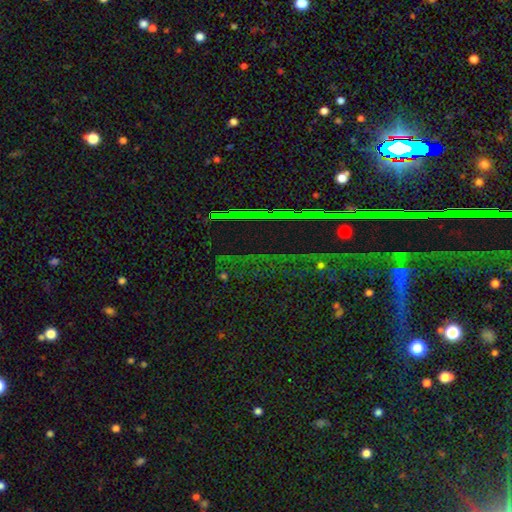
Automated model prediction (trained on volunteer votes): smooth-or-featured: star or artifact: 81% | featured or disk: 10% | smooth: 9%